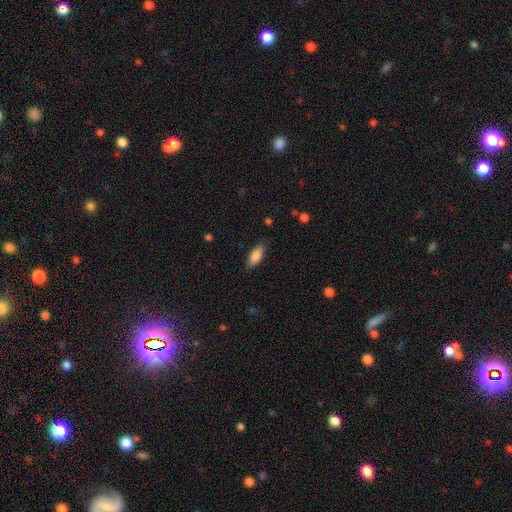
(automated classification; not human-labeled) Q: Smooth or featured?
A: smooth (84%); runner-up: featured or disk (10%)
Q: How rounded?
A: in between (76%); runner-up: cigar-shaped (22%)
Q: Merging?
A: none (83%); runner-up: minor disturbance (13%)